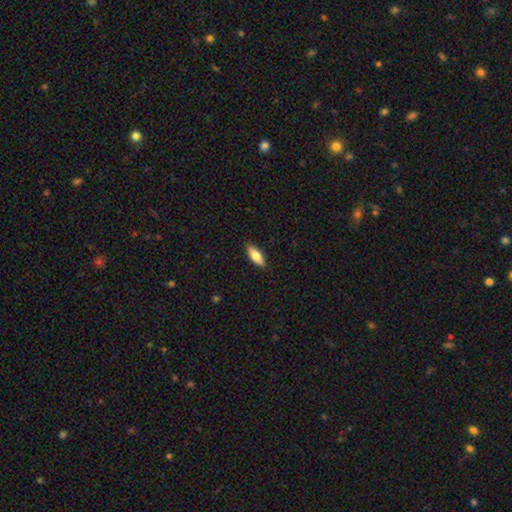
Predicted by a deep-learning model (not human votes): Smooth or featured? smooth (78%)
How rounded? in between (75%)
Merging? none (88%)